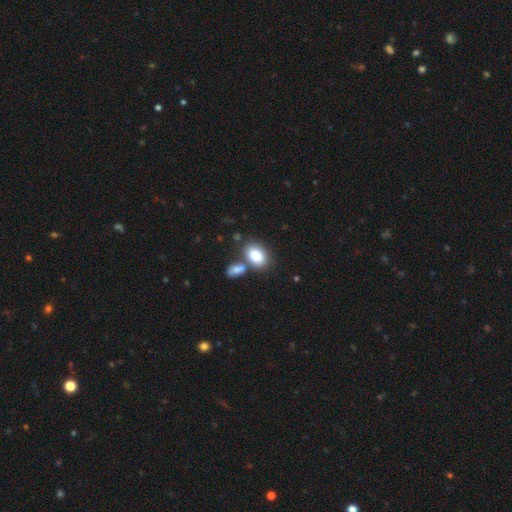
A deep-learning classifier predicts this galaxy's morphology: A smooth galaxy with no disk features (82%) that is in between round and cigar-shaped (81%).

Vote fractions:
- Smooth or featured? smooth: 82% / featured or disk: 10% / star or artifact: 8%
- How rounded? in between: 81% / round: 18% / cigar-shaped: 1%
- Merging? none: 53% / merger: 31% / minor disturbance: 11% / major disturbance: 4%